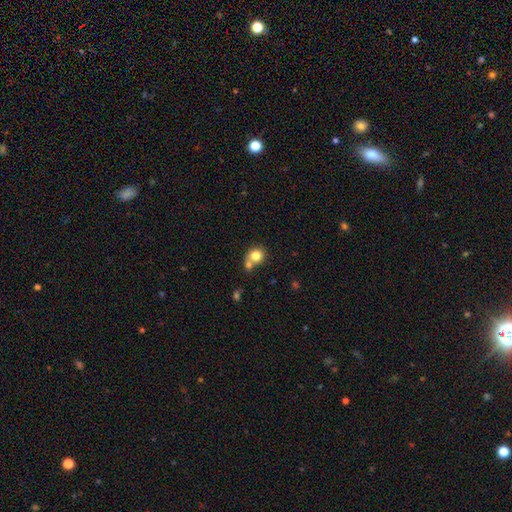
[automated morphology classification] A smooth galaxy with no disk features (79%) that is round (81%).

Vote fractions:
- Smooth or featured? smooth: 79% / featured or disk: 11% / star or artifact: 10%
- How rounded? round: 81% / in between: 18% / cigar-shaped: 1%
- Merging? none: 45% / merger: 41% / minor disturbance: 10% / major disturbance: 4%